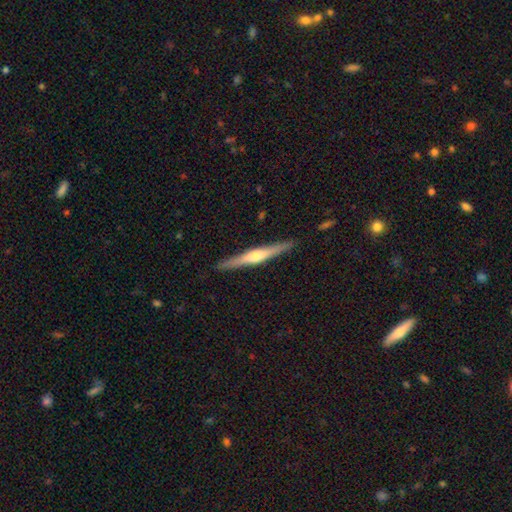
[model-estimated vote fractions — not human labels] Morphology: type=featured or disk (67%); edge-on=yes (98%); edge-on bulge=rounded (85%); merging=none (91%).